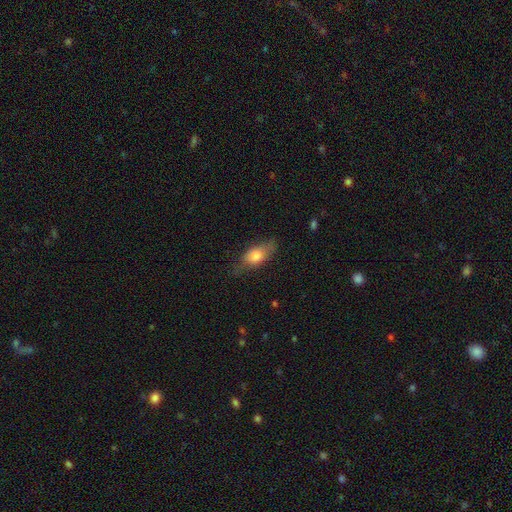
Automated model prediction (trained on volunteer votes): Smooth or featured: smooth — 69% (featured or disk — 23%)
How rounded: in between — 78% (cigar-shaped — 15%)
Merging: none — 64% (minor disturbance — 25%)